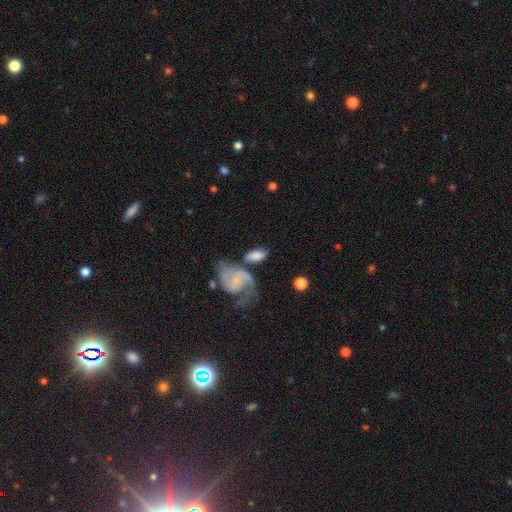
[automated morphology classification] A smooth galaxy with no disk features (55%) that is in between round and cigar-shaped (87%).

Vote fractions:
- Smooth or featured? smooth: 55% / featured or disk: 37% / star or artifact: 7%
- How rounded? in between: 87% / round: 7% / cigar-shaped: 6%
- Merging? none: 46% / merger: 24% / minor disturbance: 18% / major disturbance: 12%